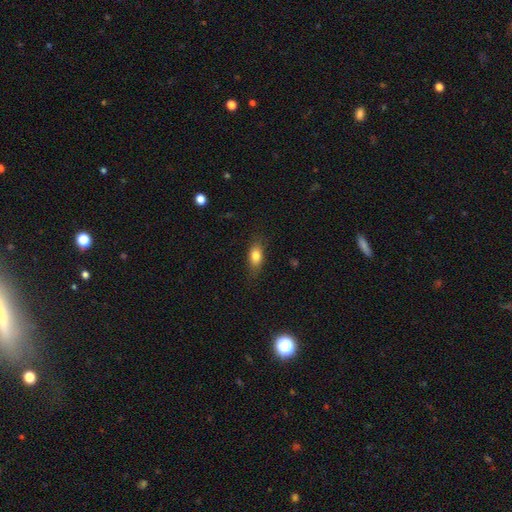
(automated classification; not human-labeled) smooth 80%, featured or disk 12%, star or artifact 8%. Down the decision tree: how rounded — in between (79%); merging — none (78%).